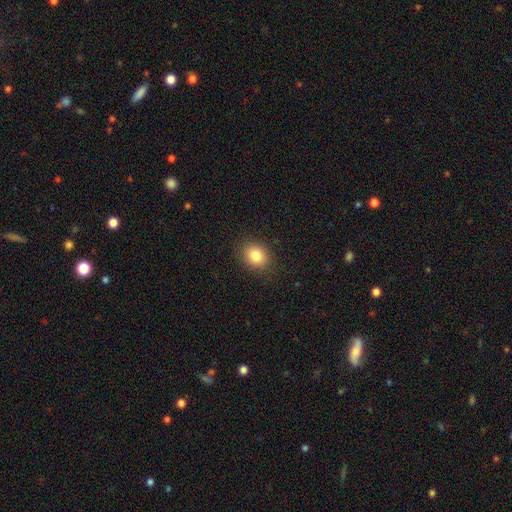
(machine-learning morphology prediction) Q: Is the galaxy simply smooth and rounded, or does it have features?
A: smooth — 83%.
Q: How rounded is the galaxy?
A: round — 63%.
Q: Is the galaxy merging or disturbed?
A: none — 89%.